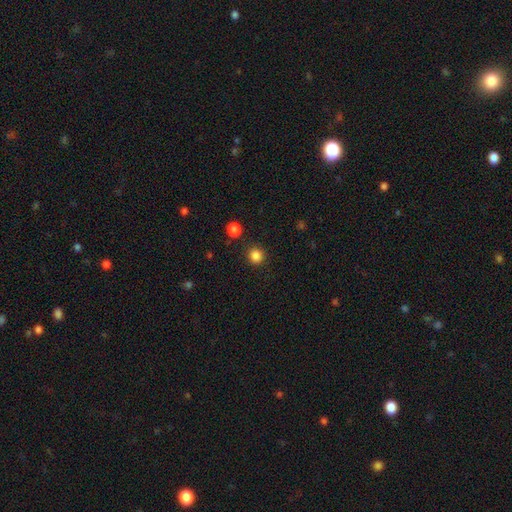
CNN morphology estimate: Q: Smooth or featured?
A: smooth (85%); runner-up: star or artifact (12%)
Q: How rounded?
A: round (90%); runner-up: in between (9%)
Q: Merging?
A: none (89%); runner-up: minor disturbance (7%)